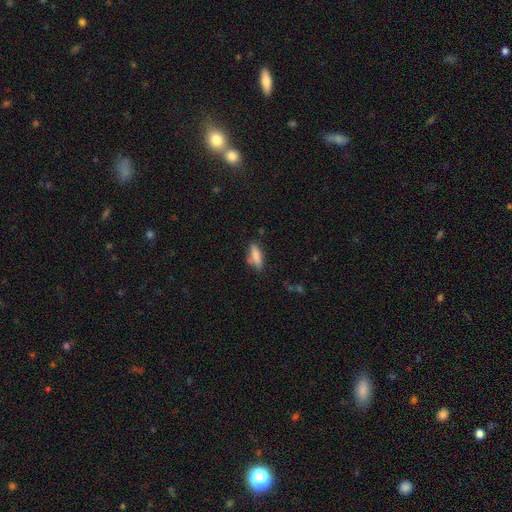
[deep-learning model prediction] Smooth or featured? Predicted: smooth (p=0.79). How rounded? Predicted: cigar-shaped (p=0.53). Merging? Predicted: none (p=0.69).